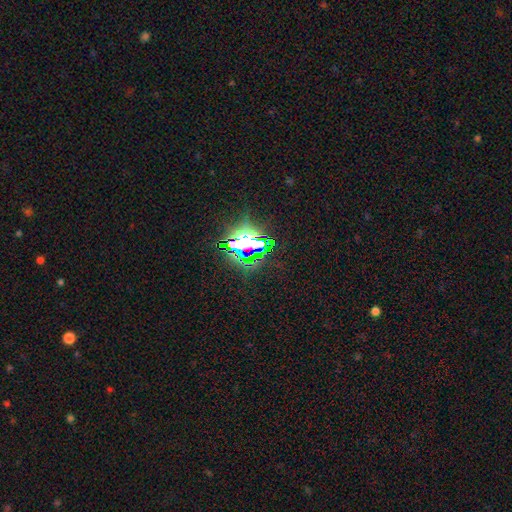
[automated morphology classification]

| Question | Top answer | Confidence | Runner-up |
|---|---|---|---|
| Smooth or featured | star or artifact | 76% | smooth (14%) |